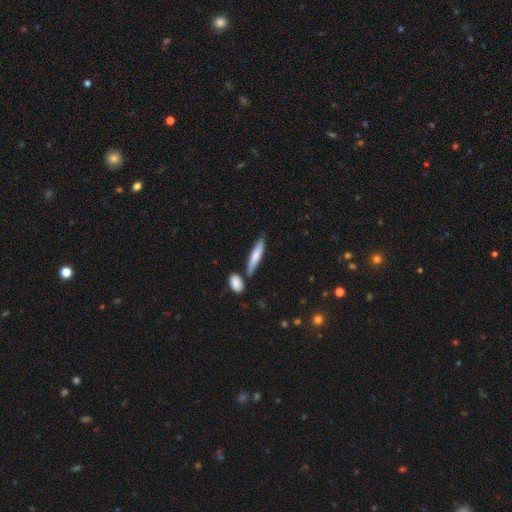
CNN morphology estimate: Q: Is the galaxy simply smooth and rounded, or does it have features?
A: smooth — 70%.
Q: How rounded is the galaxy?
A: cigar-shaped — 81%.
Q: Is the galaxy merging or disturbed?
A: none — 70%.